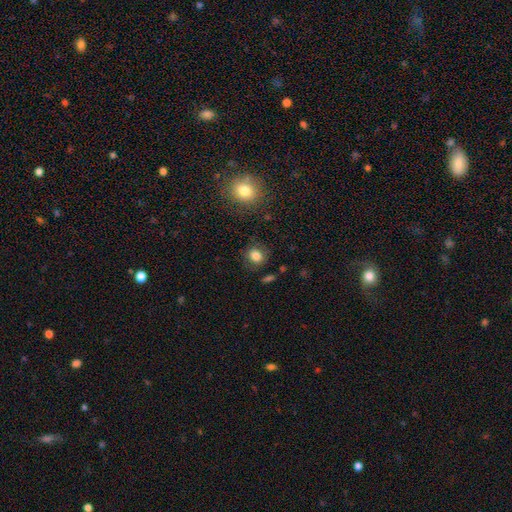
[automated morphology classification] Smooth or featured?
  - smooth: 83% *
  - star or artifact: 10%
  - featured or disk: 7%
How rounded?
  - round: 71% *
  - in between: 28%
  - cigar-shaped: 1%
Merging?
  - none: 80% *
  - minor disturbance: 13%
  - major disturbance: 5%
  - merger: 2%